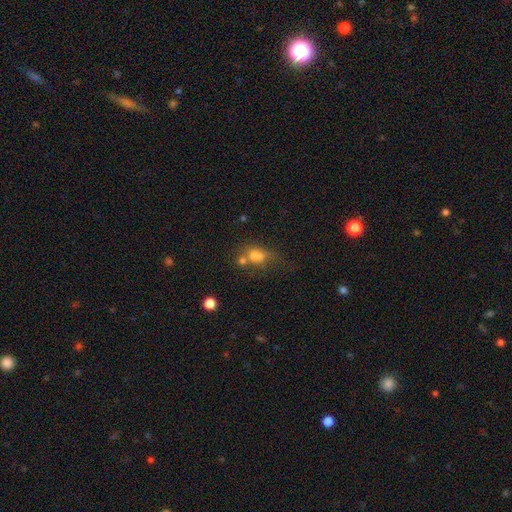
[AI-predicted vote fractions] Morphology: type=smooth (66%); roundness=in between (59%); merging=merger (45%).